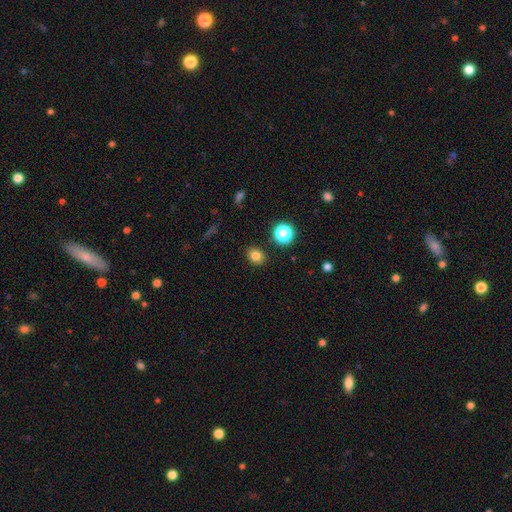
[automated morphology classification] Q: Smooth or featured?
A: smooth (80%); runner-up: star or artifact (14%)
Q: How rounded?
A: round (60%); runner-up: in between (39%)
Q: Merging?
A: none (88%); runner-up: minor disturbance (8%)